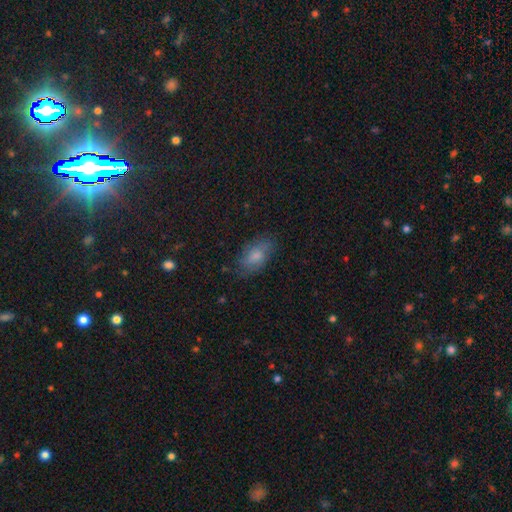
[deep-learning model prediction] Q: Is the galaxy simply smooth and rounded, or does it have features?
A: smooth — 66%.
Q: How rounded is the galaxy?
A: in between — 90%.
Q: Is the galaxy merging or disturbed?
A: none — 70%.